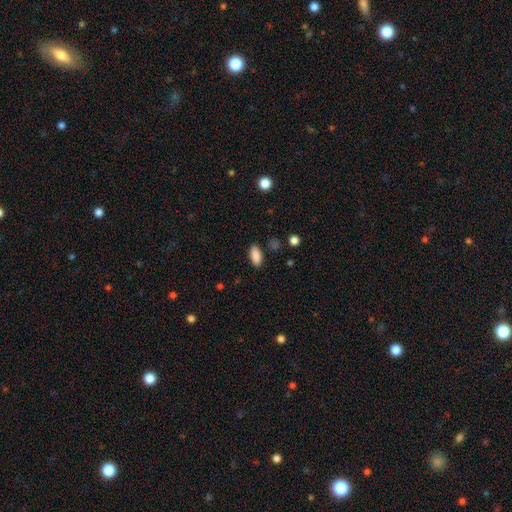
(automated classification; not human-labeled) This appears to be a smooth galaxy with no disk features (88%) that is in between round and cigar-shaped (87%). Merging: none (86%).